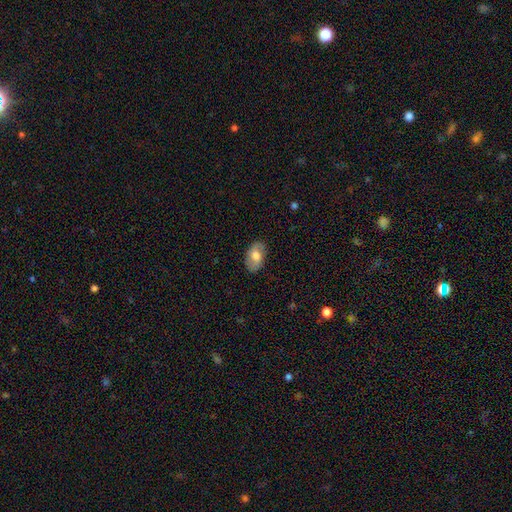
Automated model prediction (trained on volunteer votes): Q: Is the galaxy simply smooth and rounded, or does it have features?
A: smooth — 65%.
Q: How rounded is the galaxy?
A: in between — 91%.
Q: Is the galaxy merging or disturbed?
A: none — 81%.